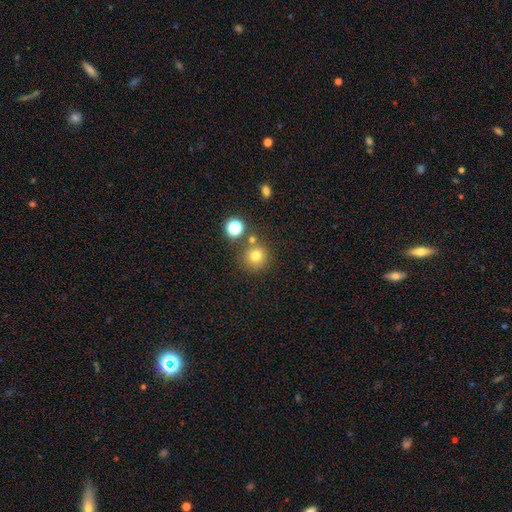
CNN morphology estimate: This appears to be a smooth galaxy with no disk features (75%) that is round (94%). Merging: none (77%).